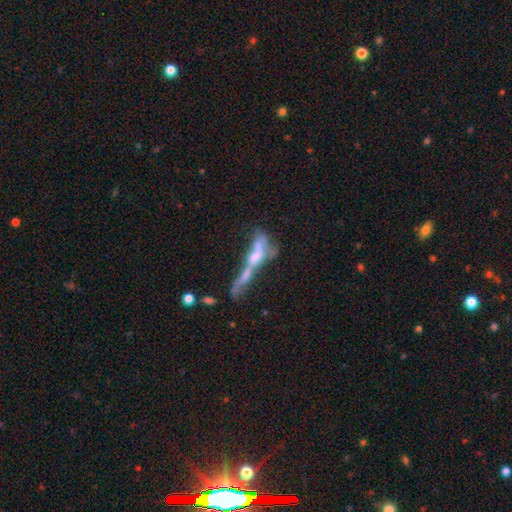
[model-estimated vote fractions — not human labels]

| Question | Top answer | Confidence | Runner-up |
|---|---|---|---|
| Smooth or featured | featured or disk | 55% | smooth (32%) |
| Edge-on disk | no | 59% | yes (41%) |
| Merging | merger | 45% | major disturbance (26%) |